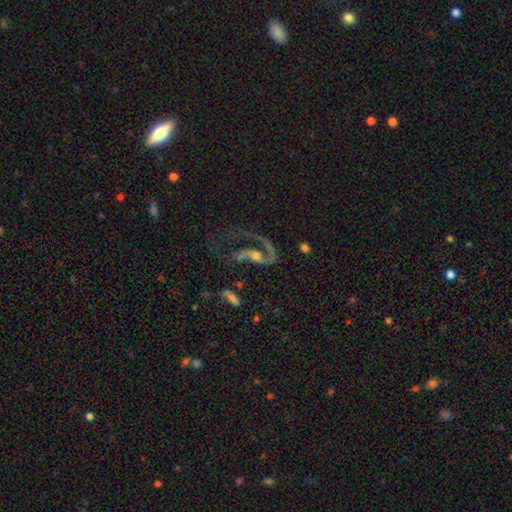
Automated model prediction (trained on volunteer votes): Smooth or featured: featured or disk — 80% (smooth — 10%)
Edge-on disk: no — 94% (yes — 6%)
Bar: no — 55% (weak — 27%)
Spiral arms: yes — 86% (no — 14%)
Spiral winding: loose — 51% (medium — 36%)
Spiral arm count: 1 — 53% (2 — 39%)
Bulge size: moderate — 45% (small — 41%)
Merging: major disturbance — 46% (none — 33%)